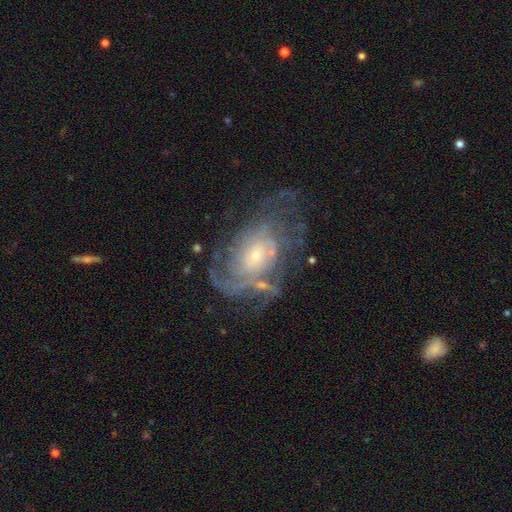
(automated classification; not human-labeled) Smooth or featured?
  - featured or disk: 81% *
  - smooth: 11%
  - star or artifact: 8%
Edge-on disk?
  - no: 96% *
  - yes: 4%
Bar?
  - no: 72% *
  - weak: 23%
  - strong: 5%
Spiral arms?
  - yes: 87% *
  - no: 13%
Spiral winding?
  - tight: 55% *
  - medium: 32%
  - loose: 14%
Spiral arm count?
  - can't tell: 47% *
  - 2: 17%
  - 3: 13%
  - 4: 10%
  - more than 4: 7%
  - 1: 6%
Bulge size?
  - small: 66% *
  - moderate: 26%
  - large: 4%
  - none: 3%
  - dominant: 1%
Merging?
  - none: 52% *
  - major disturbance: 21%
  - minor disturbance: 20%
  - merger: 7%